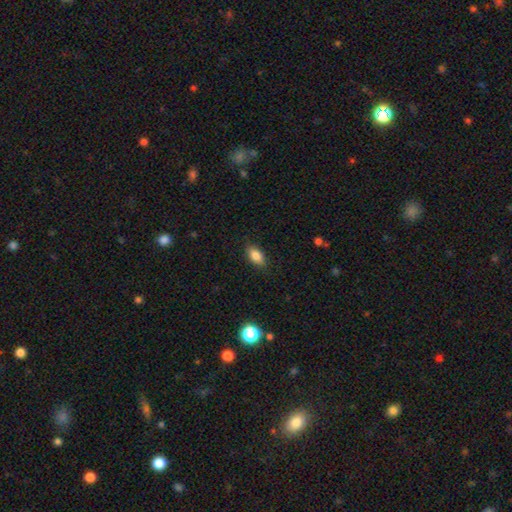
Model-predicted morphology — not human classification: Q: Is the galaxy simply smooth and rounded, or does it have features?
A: smooth — 84%.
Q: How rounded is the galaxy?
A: in between — 88%.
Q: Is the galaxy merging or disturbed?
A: none — 86%.